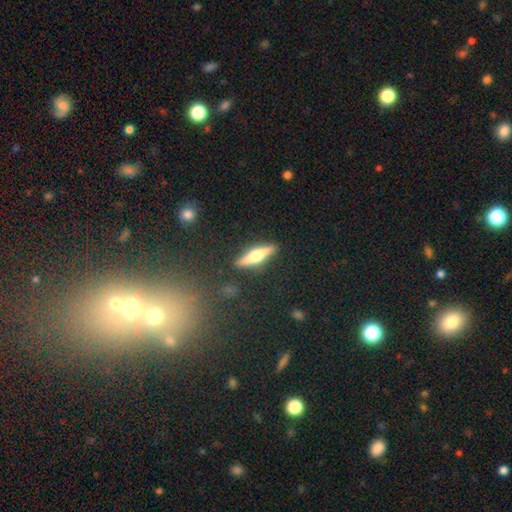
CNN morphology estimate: This is possibly a featured or disk galaxy (60%). It is clearly viewed edge-on (96%). Edge-on bulge: clearly rounded (92%). Merging: clearly none (89%).